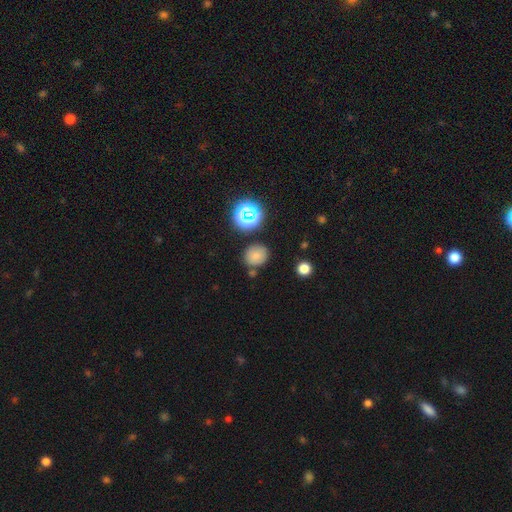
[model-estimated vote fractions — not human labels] smooth 72%, star or artifact 19%, featured or disk 9%. Down the decision tree: how rounded — round (81%); merging — none (77%).